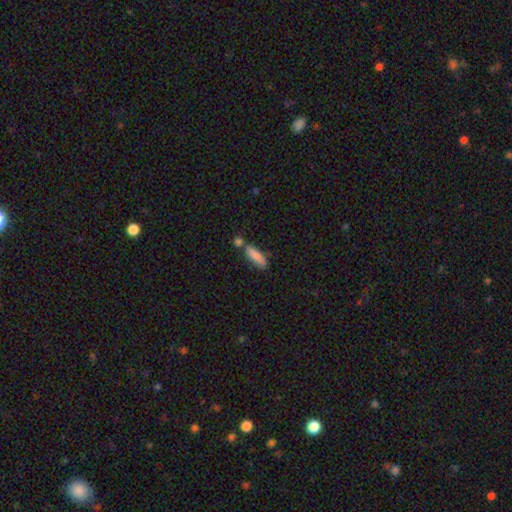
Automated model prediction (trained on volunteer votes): This is clearly a smooth galaxy (85%). How rounded: possibly cigar-shaped (58%). Merging: possibly none (57%).